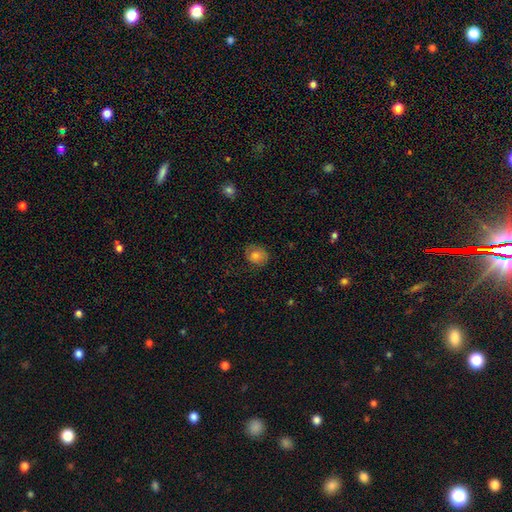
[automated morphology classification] Smooth or featured? smooth (69%)
How rounded? round (69%)
Merging? none (76%)